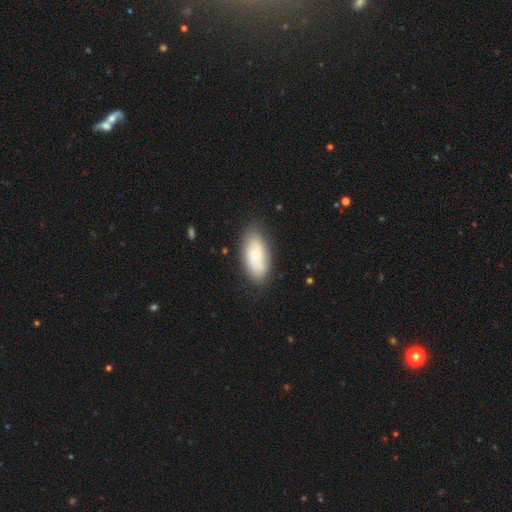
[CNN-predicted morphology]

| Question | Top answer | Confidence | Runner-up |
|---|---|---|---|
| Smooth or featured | smooth | 49% | featured or disk (45%) |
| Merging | none | 76% | minor disturbance (17%) |